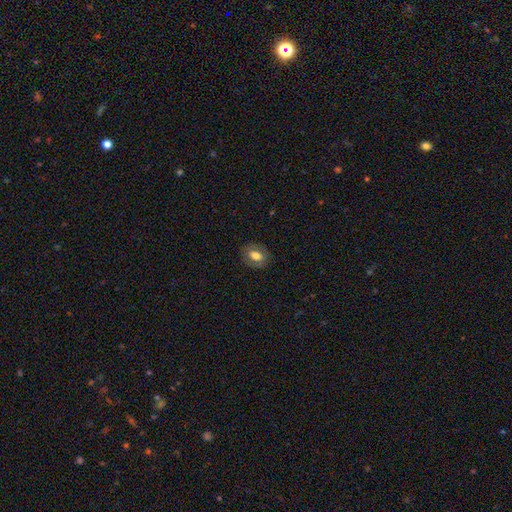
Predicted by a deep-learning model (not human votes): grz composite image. It shows a smooth galaxy with no disk features (69%) that is in between round and cigar-shaped (71%). Merging: none (84%).